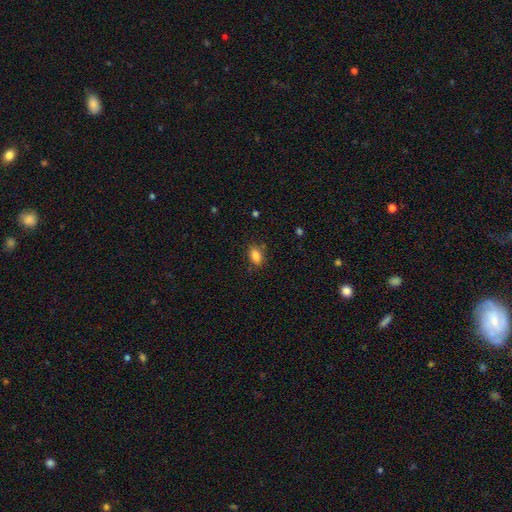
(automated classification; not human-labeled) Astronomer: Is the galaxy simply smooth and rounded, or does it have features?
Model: smooth — 85%.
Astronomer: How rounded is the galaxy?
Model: in between — 86%.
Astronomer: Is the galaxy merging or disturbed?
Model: none — 81%.